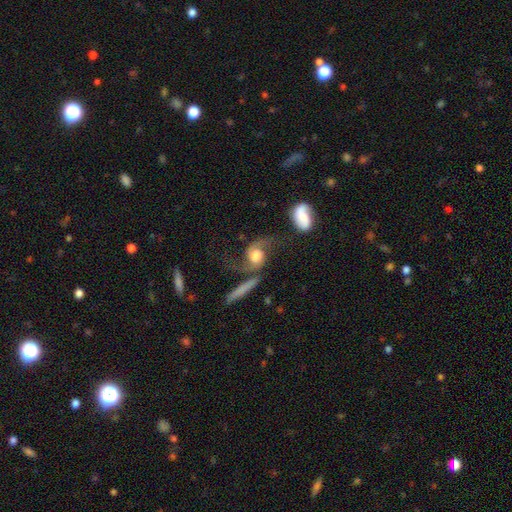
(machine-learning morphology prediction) Overall: featured or disk (77%). Edge-on disk: no (94%). Bar: no (62%; weak 28%). Spiral arms: yes (94%). Spiral arm count: 2 (93%). Spiral winding: loose (70%). Bulge size: moderate (42%; large 40%). Merging: none (52%; minor disturbance 18%).